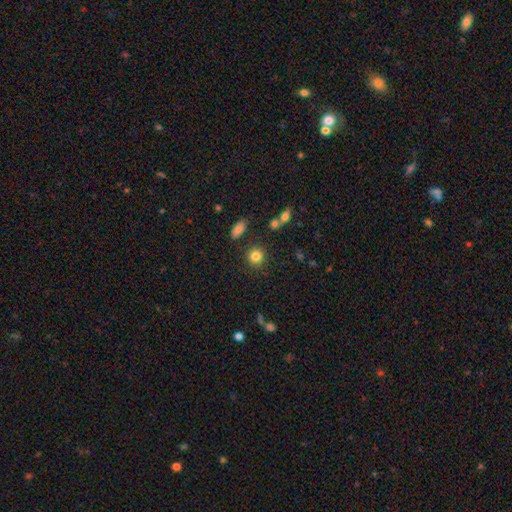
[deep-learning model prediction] Smooth or featured?
  - smooth: 83% *
  - star or artifact: 11%
  - featured or disk: 6%
How rounded?
  - round: 88% *
  - in between: 11%
  - cigar-shaped: 1%
Merging?
  - none: 86% *
  - minor disturbance: 8%
  - merger: 4%
  - major disturbance: 3%